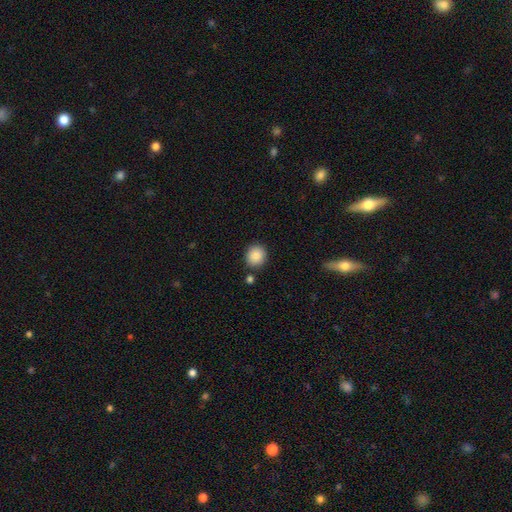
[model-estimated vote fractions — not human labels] A smooth galaxy with no disk features (87%) that is round (83%). Merging: none (86%).